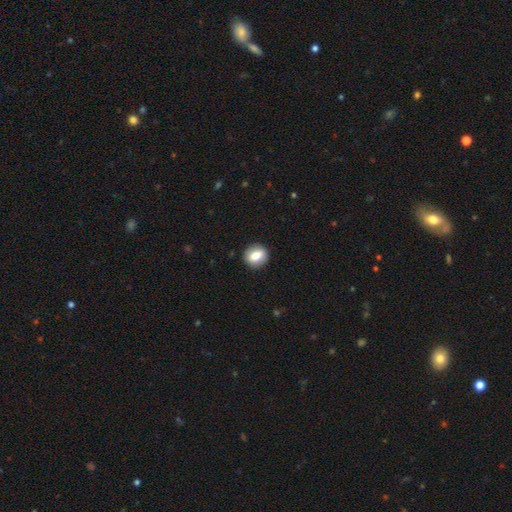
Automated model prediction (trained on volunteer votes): smooth_or_featured: smooth (p=0.76) [alt: featured or disk p=0.16]
how_rounded: round (p=0.62) [alt: in between p=0.36]
merging: none (p=0.89) [alt: minor disturbance p=0.07]